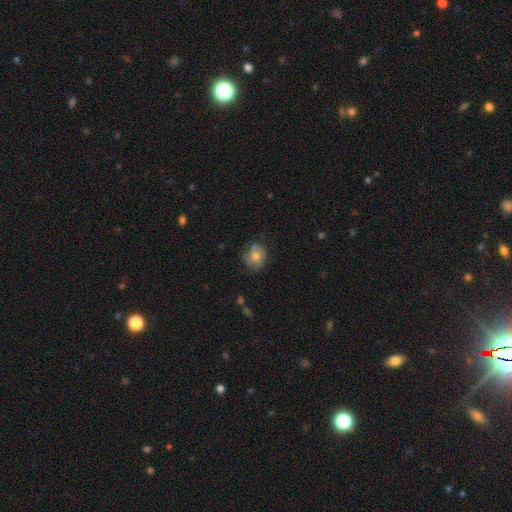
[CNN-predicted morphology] Smooth or featured?
  - smooth: 63% *
  - featured or disk: 27%
  - star or artifact: 10%
How rounded?
  - round: 70% *
  - in between: 29%
  - cigar-shaped: 1%
Merging?
  - none: 65% *
  - minor disturbance: 24%
  - major disturbance: 8%
  - merger: 2%